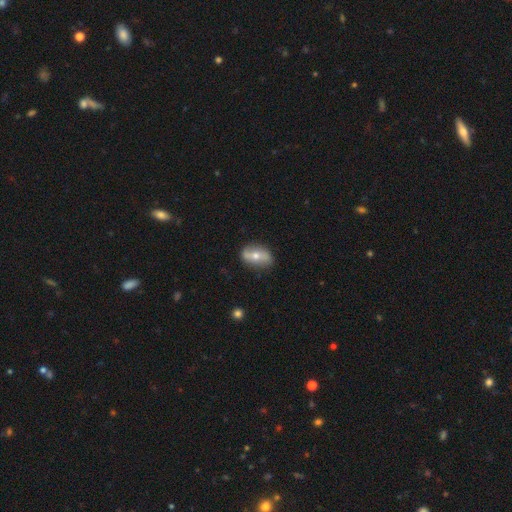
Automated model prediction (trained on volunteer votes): Smooth or featured? Predicted: featured or disk (p=0.58). Edge-on disk? Predicted: no (p=0.84). Merging? Predicted: none (p=0.80).